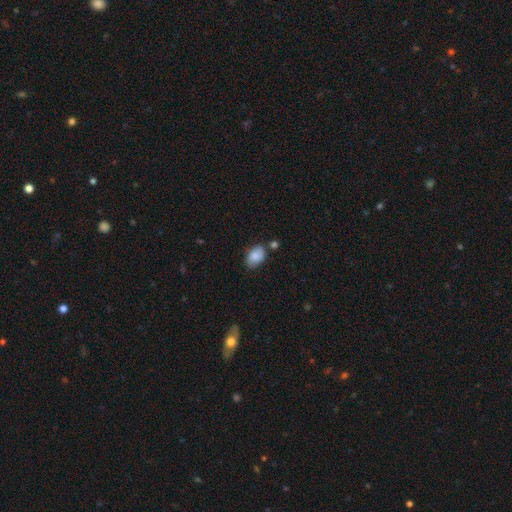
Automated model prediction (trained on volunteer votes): Smooth or featured: smooth — 83% (featured or disk — 10%)
How rounded: in between — 87% (round — 12%)
Merging: none — 70% (minor disturbance — 19%)